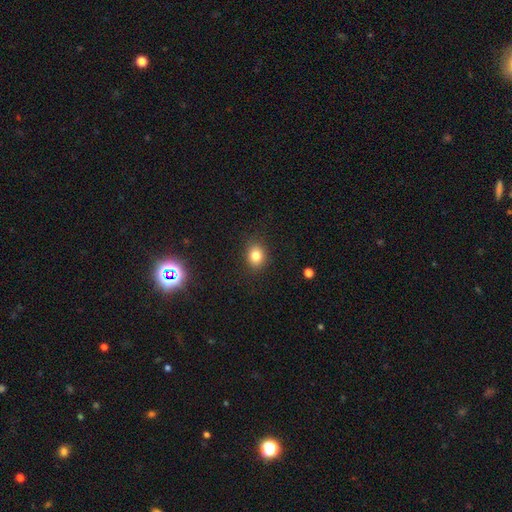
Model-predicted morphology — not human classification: smooth-or-featured: smooth: 82% | star or artifact: 11% | featured or disk: 7%
  how-rounded: round: 59% | in between: 40% | cigar-shaped: 1%
  merging: none: 87% | minor disturbance: 9% | major disturbance: 3% | merger: 1%